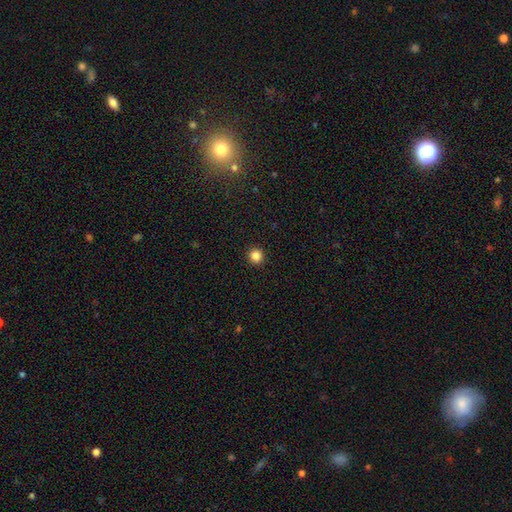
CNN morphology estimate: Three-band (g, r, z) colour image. It shows a smooth galaxy with no disk features (84%) that is round (95%). Merging: none (93%).